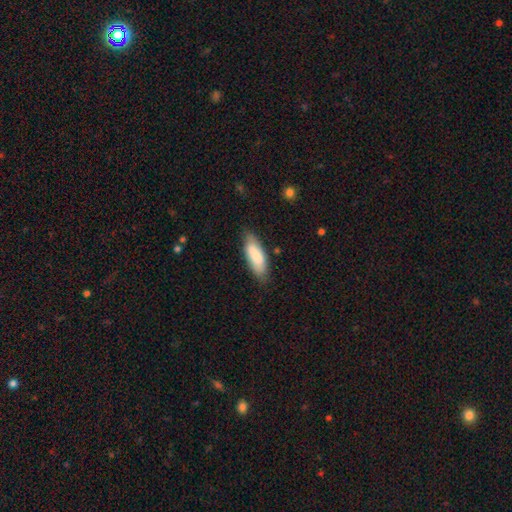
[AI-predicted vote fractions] smooth-or-featured: smooth: 80% | featured or disk: 14% | star or artifact: 6%
  how-rounded: in between: 63% | cigar-shaped: 35% | round: 2%
  merging: none: 76% | minor disturbance: 18% | major disturbance: 4% | merger: 2%